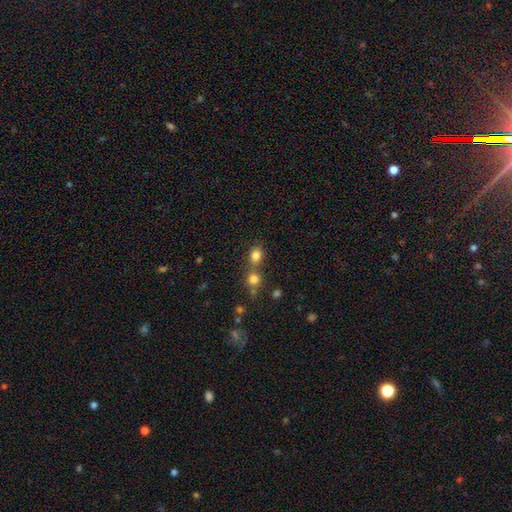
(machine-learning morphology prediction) Smooth or featured: smooth — 80% (star or artifact — 13%)
How rounded: round — 62% (in between — 37%)
Merging: none — 52% (merger — 36%)